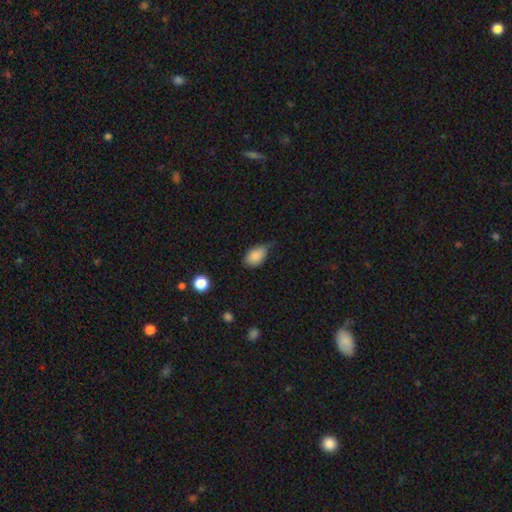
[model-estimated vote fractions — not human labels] smooth_or_featured: smooth (p=0.85) [alt: star or artifact p=0.08]
how_rounded: in between (p=0.87) [alt: round p=0.11]
merging: none (p=0.45) [alt: minor disturbance p=0.44]